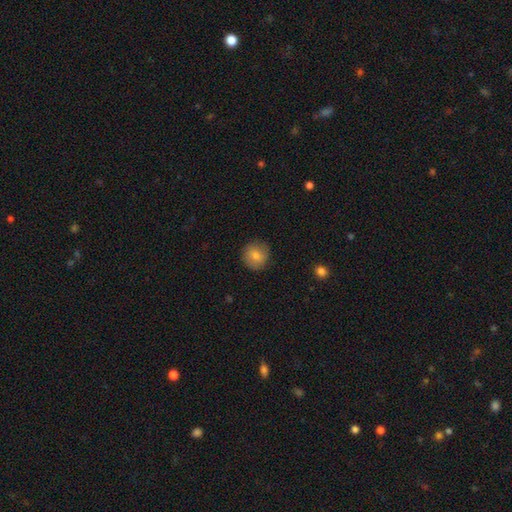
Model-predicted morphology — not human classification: Smooth or featured: smooth — 81% (featured or disk — 11%)
How rounded: round — 91% (in between — 8%)
Merging: none — 87% (minor disturbance — 10%)